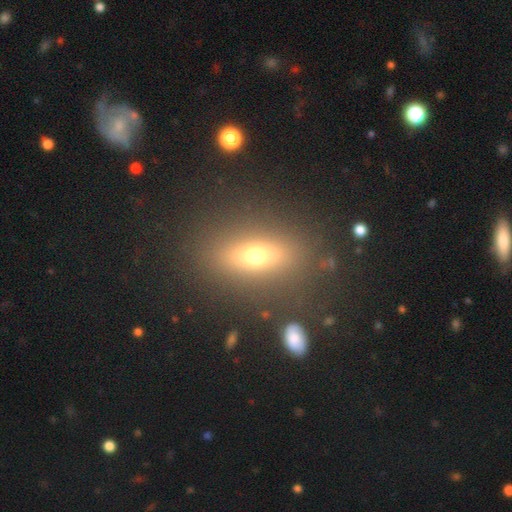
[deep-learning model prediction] Smooth or featured? smooth (56%)
How rounded? in between (59%)
Merging? none (82%)